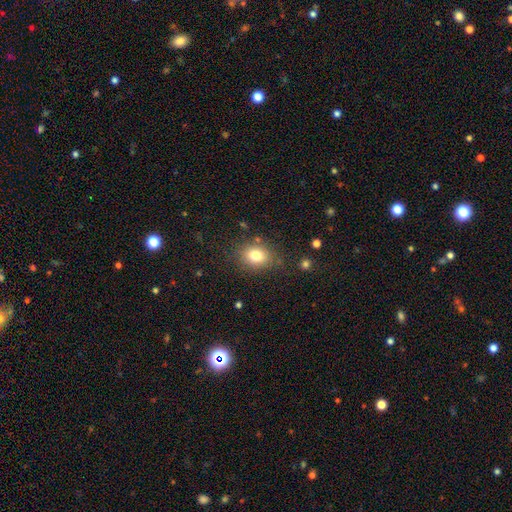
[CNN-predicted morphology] The model was most divided on "how rounded": round: 50%, in between: 49%, cigar-shaped: 1%. More confident: merging — none (80%); smooth or featured — smooth (80%).